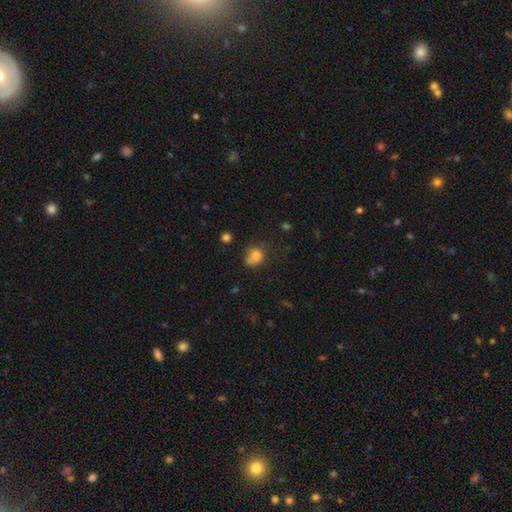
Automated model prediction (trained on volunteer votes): A smooth galaxy with no disk features (76%) that is round (59%). Merging: none (40%).